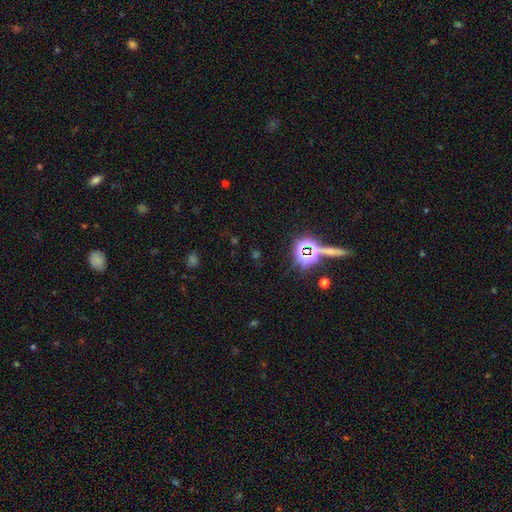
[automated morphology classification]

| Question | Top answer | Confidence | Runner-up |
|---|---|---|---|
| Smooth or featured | star or artifact | 69% | smooth (21%) |